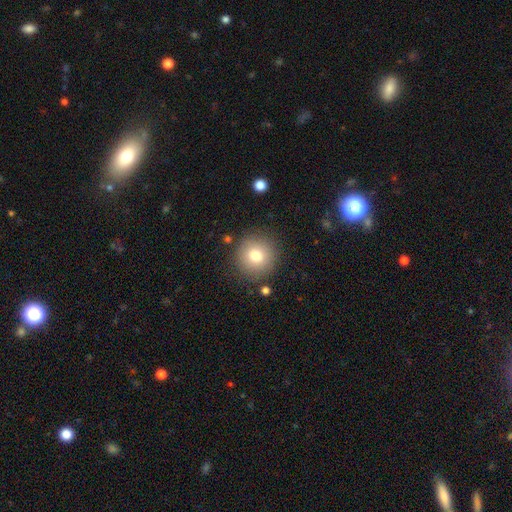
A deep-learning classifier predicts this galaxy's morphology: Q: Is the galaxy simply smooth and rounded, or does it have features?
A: smooth — 77%.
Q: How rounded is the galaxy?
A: round — 94%.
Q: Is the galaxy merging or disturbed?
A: none — 87%.